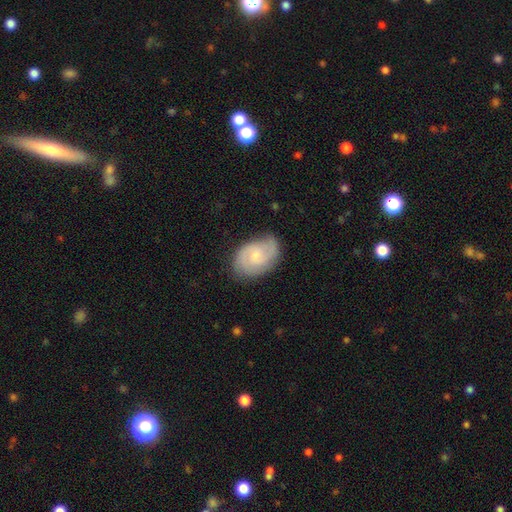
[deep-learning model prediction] Q: Smooth or featured?
A: featured or disk (70%); runner-up: smooth (24%)
Q: Edge-on disk?
A: no (97%); runner-up: yes (3%)
Q: Bar?
A: no (57%); runner-up: weak (38%)
Q: Spiral arms?
A: yes (93%); runner-up: no (7%)
Q: Spiral winding?
A: medium (44%); runner-up: tight (41%)
Q: Spiral arm count?
A: 2 (69%); runner-up: can't tell (16%)
Q: Bulge size?
A: small (60%); runner-up: moderate (34%)
Q: Merging?
A: none (74%); runner-up: minor disturbance (20%)